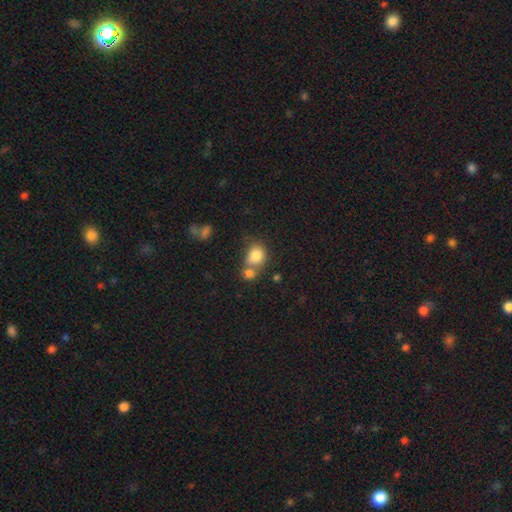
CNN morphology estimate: type=smooth (81%); roundness=round (61%); merging=merger (43%).